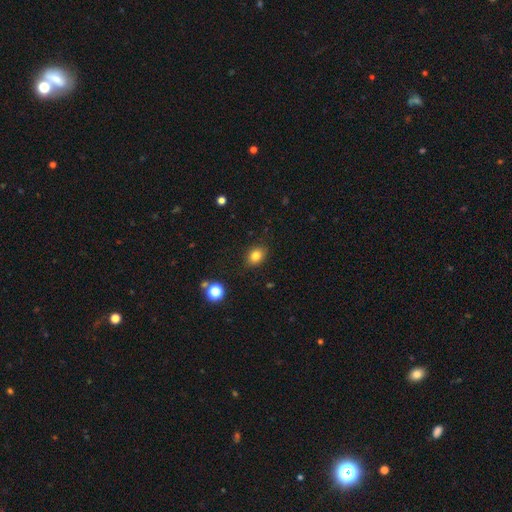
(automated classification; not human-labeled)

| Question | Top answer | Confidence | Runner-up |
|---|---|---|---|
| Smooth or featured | smooth | 81% | star or artifact (12%) |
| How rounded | in between | 63% | round (36%) |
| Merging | none | 87% | minor disturbance (9%) |